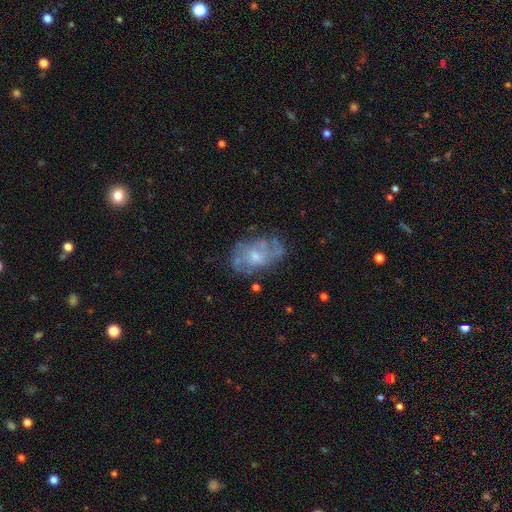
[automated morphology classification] smooth_or_featured: featured or disk (p=0.63) [alt: smooth p=0.29]
disk_edge_on: no (p=0.96) [alt: yes p=0.04]
bar: no (p=0.74) [alt: weak p=0.23]
has_spiral_arms: yes (p=0.56) [alt: no p=0.44]
bulge_size: small (p=0.51) [alt: moderate p=0.40]
merging: none (p=0.53) [alt: minor disturbance p=0.26]